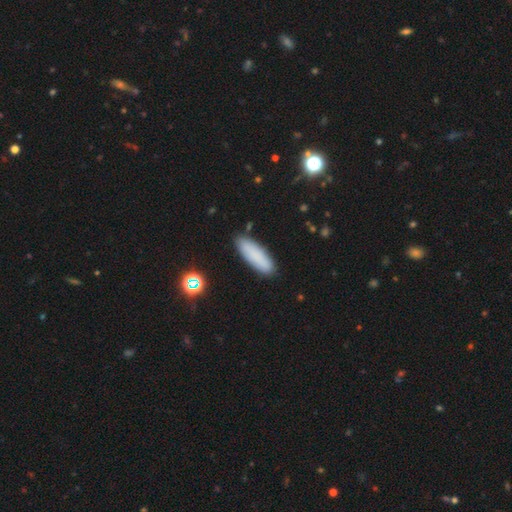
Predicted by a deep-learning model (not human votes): Q: Smooth or featured?
A: smooth (84%); runner-up: star or artifact (8%)
Q: How rounded?
A: in between (50%); runner-up: cigar-shaped (48%)
Q: Merging?
A: none (86%); runner-up: minor disturbance (10%)